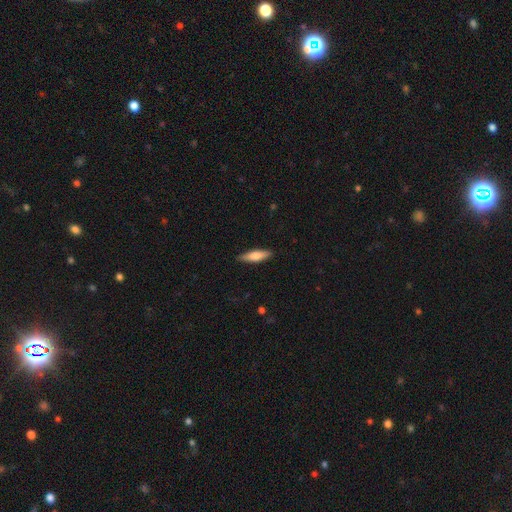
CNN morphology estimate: Smooth or featured? smooth (67%)
How rounded? cigar-shaped (65%)
Merging? none (87%)